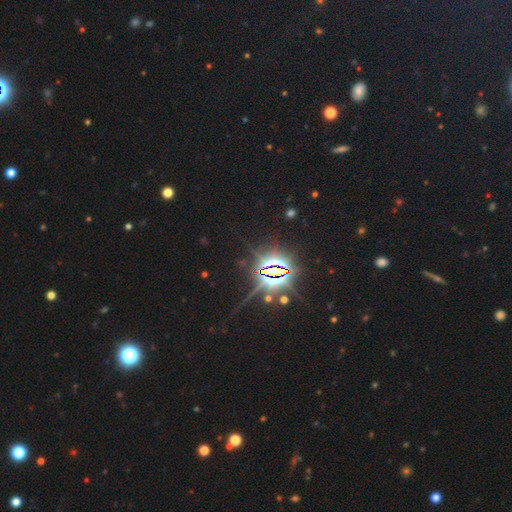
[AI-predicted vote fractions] Overall: star or artifact (85%).